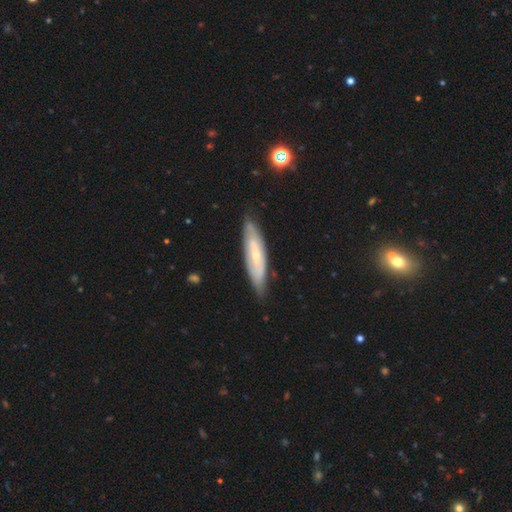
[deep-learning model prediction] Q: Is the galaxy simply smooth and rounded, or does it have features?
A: featured or disk — 56%.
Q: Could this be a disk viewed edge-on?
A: no — 58%.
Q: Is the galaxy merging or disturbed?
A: none — 79%.